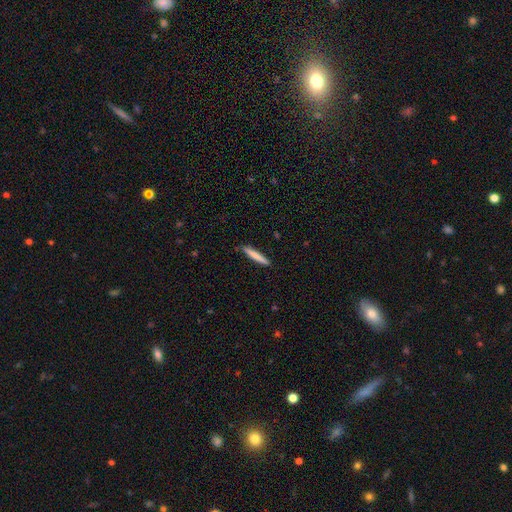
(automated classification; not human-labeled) Smooth or featured? smooth (78%)
How rounded? cigar-shaped (95%)
Merging? none (87%)